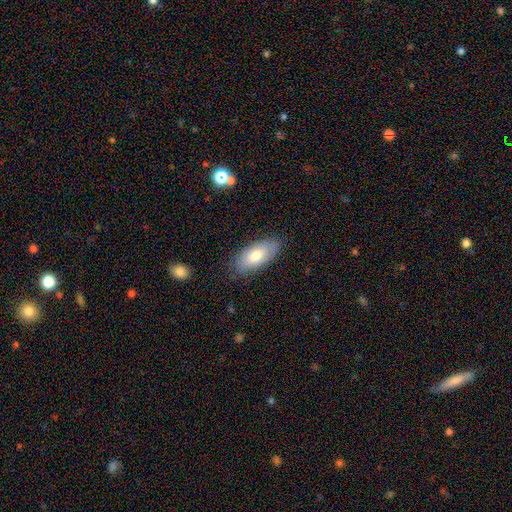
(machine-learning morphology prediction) Smooth or featured? Predicted: smooth (p=0.71). How rounded? Predicted: in between (p=0.89). Merging? Predicted: none (p=0.80).